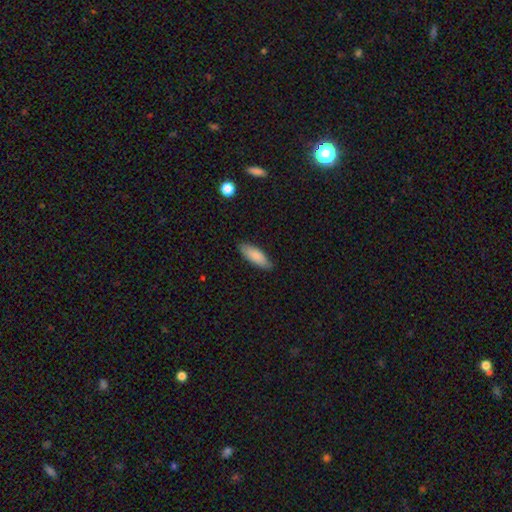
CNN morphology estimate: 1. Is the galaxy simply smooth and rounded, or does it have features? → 85% smooth, 9% featured or disk, 6% star or artifact.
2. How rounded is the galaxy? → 66% in between, 32% cigar-shaped, 2% round.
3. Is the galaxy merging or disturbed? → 84% none, 13% minor disturbance, 2% major disturbance, 1% merger.